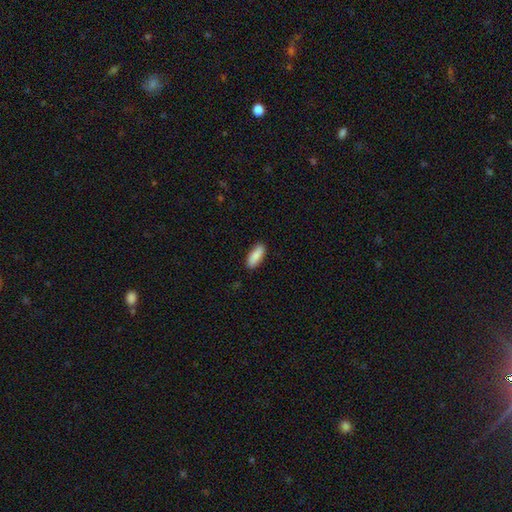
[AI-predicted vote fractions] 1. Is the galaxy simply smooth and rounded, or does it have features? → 86% smooth, 8% featured or disk, 6% star or artifact.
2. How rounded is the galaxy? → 74% in between, 24% cigar-shaped, 2% round.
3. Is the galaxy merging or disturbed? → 88% none, 9% minor disturbance, 2% major disturbance, 1% merger.